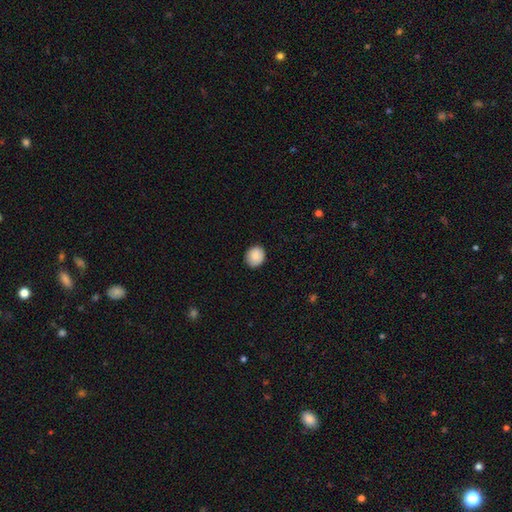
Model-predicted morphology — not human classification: Smooth or featured: smooth — 87% (star or artifact — 8%)
How rounded: round — 79% (in between — 20%)
Merging: none — 88% (minor disturbance — 9%)